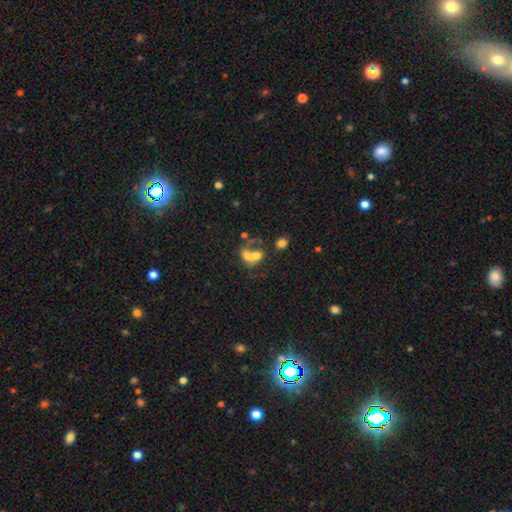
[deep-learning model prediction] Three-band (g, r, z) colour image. It shows a smooth galaxy with no disk features (60%) that is in between round and cigar-shaped (54%). Merging: merger (66%).